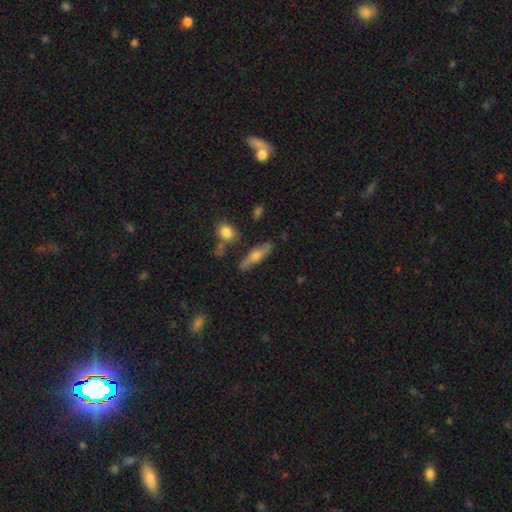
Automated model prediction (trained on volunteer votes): Smooth or featured? Predicted: smooth (p=0.49). Merging? Predicted: none (p=0.76).